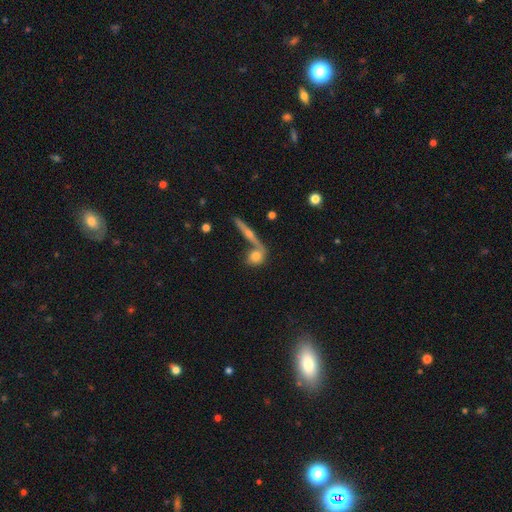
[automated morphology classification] type=smooth (65%); roundness=round (54%); merging=none (52%).